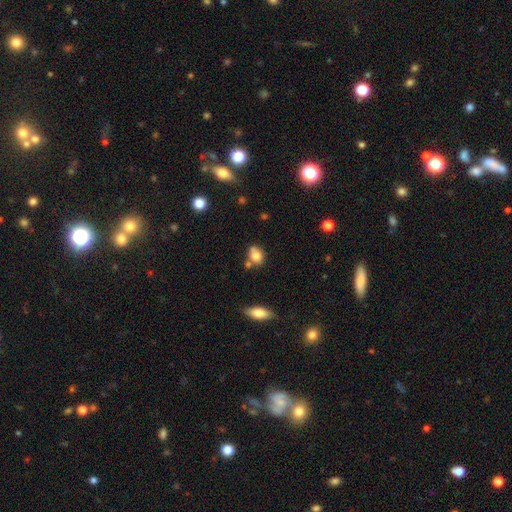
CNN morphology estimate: This appears to be a smooth galaxy with no disk features (76%) that is in between round and cigar-shaped (56%). Merging: none (51%).